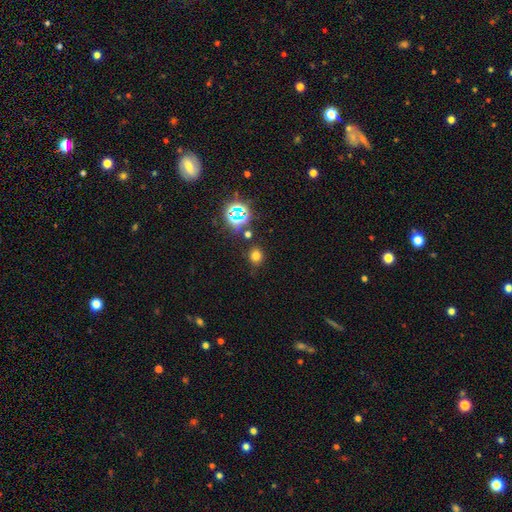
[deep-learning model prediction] Smooth or featured?
  - smooth: 69% *
  - star or artifact: 25%
  - featured or disk: 6%
How rounded?
  - round: 77% *
  - in between: 22%
  - cigar-shaped: 1%
Merging?
  - none: 79% *
  - minor disturbance: 12%
  - merger: 5%
  - major disturbance: 4%